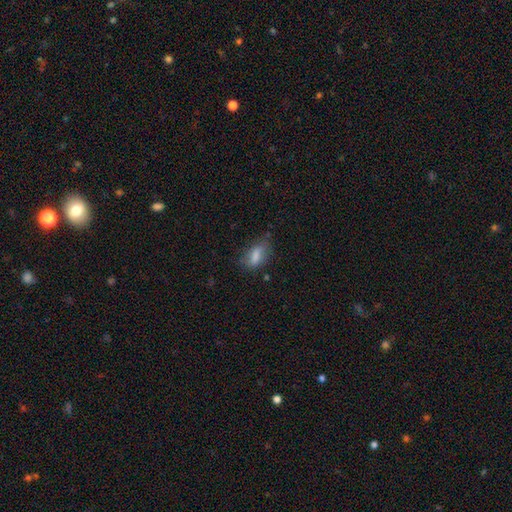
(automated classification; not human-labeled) A smooth galaxy with no disk features (77%) that is in between round and cigar-shaped (81%). Merging: none (61%).